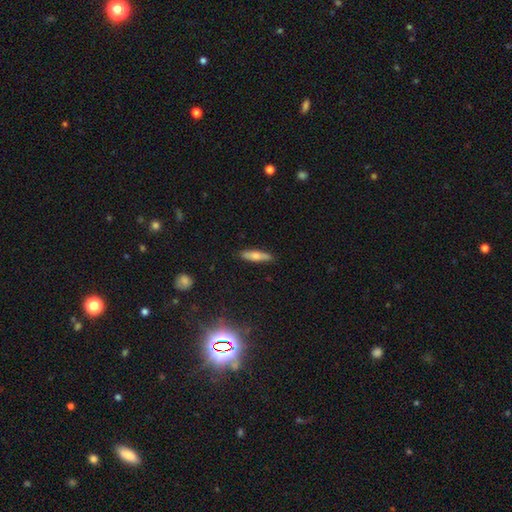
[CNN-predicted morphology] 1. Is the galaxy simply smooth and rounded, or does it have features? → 65% smooth, 28% featured or disk, 7% star or artifact.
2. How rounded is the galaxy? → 74% cigar-shaped, 24% in between, 2% round.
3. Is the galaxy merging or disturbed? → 88% none, 9% minor disturbance, 2% major disturbance, 1% merger.